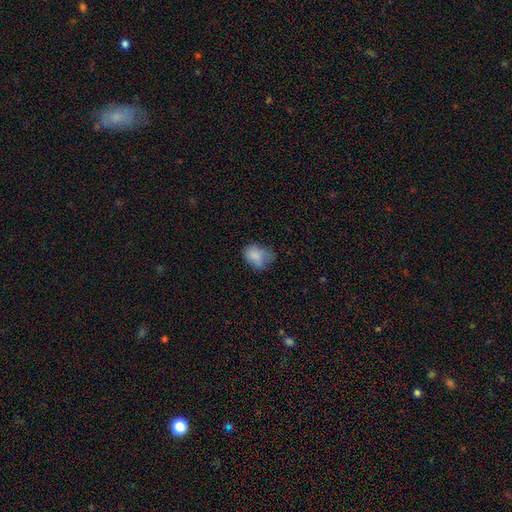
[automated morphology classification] smooth_or_featured: smooth (p=0.78) [alt: featured or disk p=0.12]
how_rounded: in between (p=0.72) [alt: round p=0.27]
merging: none (p=0.38) [alt: minor disturbance p=0.37]